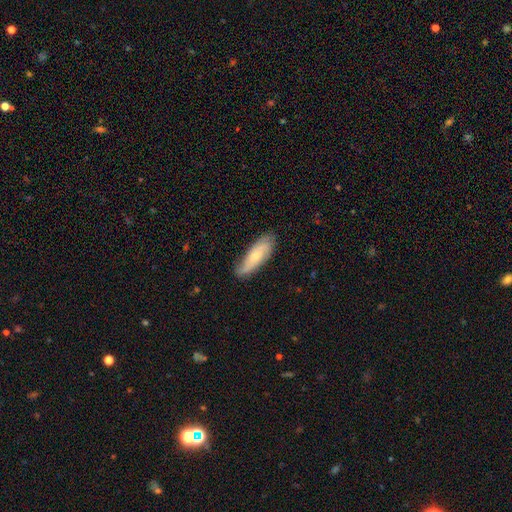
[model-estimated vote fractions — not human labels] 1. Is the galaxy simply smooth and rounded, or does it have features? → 50% smooth, 44% featured or disk, 6% star or artifact.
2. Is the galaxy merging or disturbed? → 75% none, 20% minor disturbance, 4% major disturbance, 1% merger.